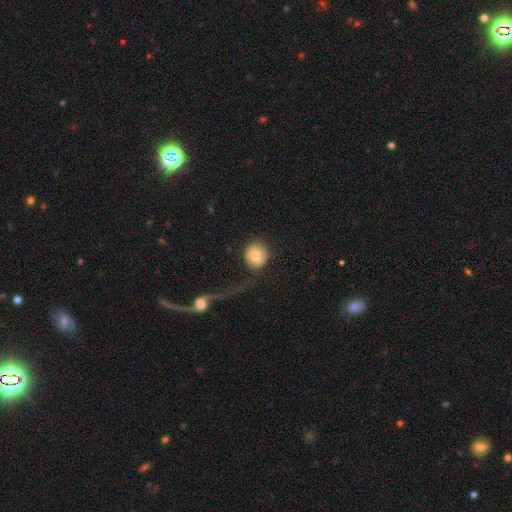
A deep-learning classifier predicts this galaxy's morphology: Q: Smooth or featured?
A: smooth (75%); runner-up: featured or disk (18%)
Q: How rounded?
A: round (82%); runner-up: in between (17%)
Q: Merging?
A: none (59%); runner-up: major disturbance (18%)